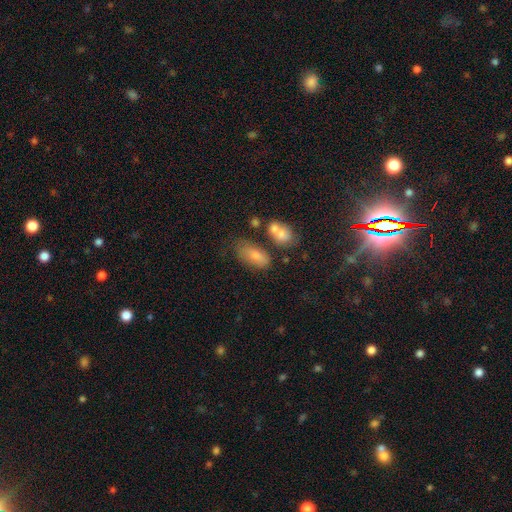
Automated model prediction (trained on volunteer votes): smooth-or-featured: smooth: 79% | featured or disk: 13% | star or artifact: 8%
  how-rounded: in between: 89% | cigar-shaped: 7% | round: 4%
  merging: none: 49% | minor disturbance: 24% | merger: 16% | major disturbance: 10%